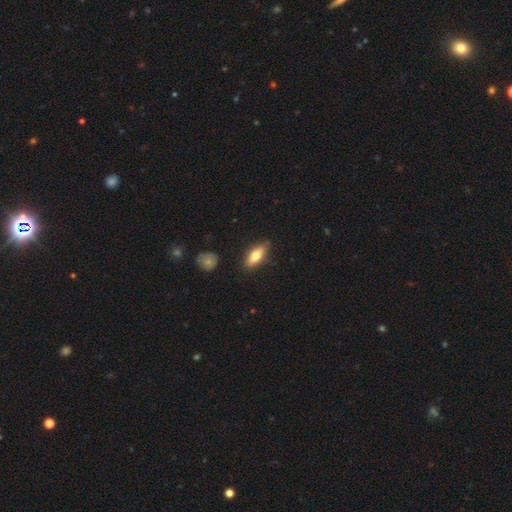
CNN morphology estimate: Smooth or featured?
  - smooth: 71% *
  - featured or disk: 22%
  - star or artifact: 6%
How rounded?
  - in between: 71% *
  - cigar-shaped: 26%
  - round: 3%
Merging?
  - none: 84% *
  - minor disturbance: 12%
  - major disturbance: 2%
  - merger: 2%